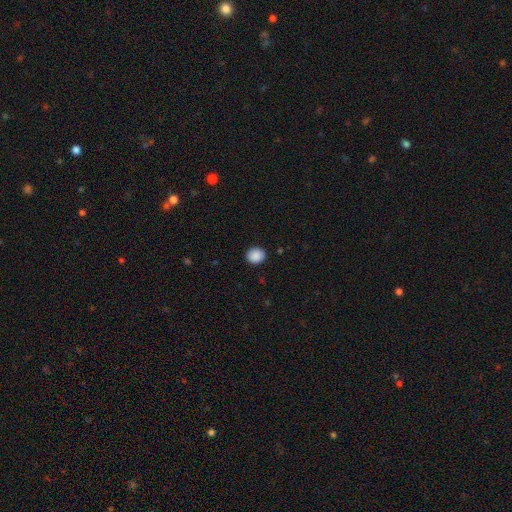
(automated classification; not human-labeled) The model was most divided on "how rounded": round: 75%, in between: 24%, cigar-shaped: 1%. More confident: merging — none (89%); smooth or featured — smooth (89%).